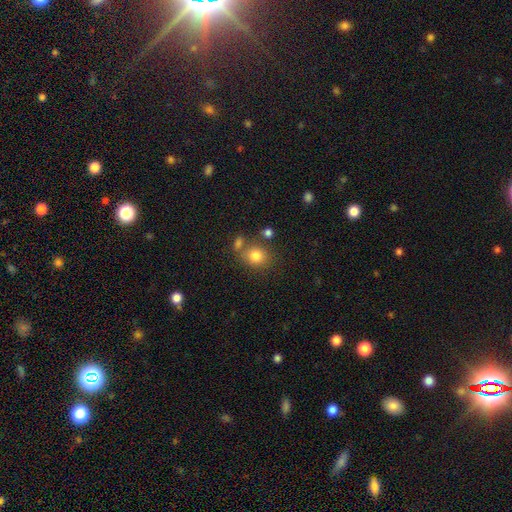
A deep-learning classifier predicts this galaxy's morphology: Smooth or featured? smooth (80%)
How rounded? round (72%)
Merging? none (66%)